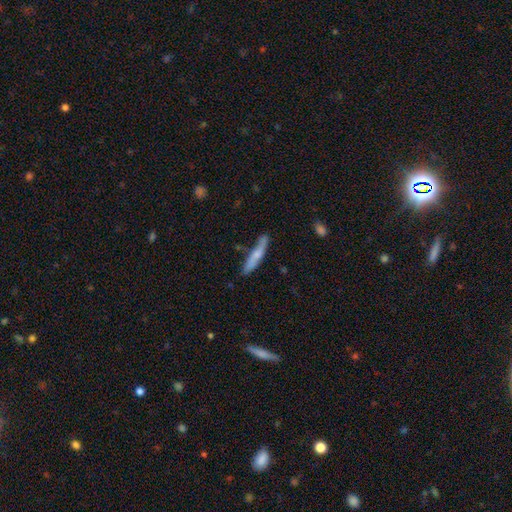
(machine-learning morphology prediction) A smooth galaxy with no disk features (59%) that is cigar-shaped (90%). Merging: none (70%).